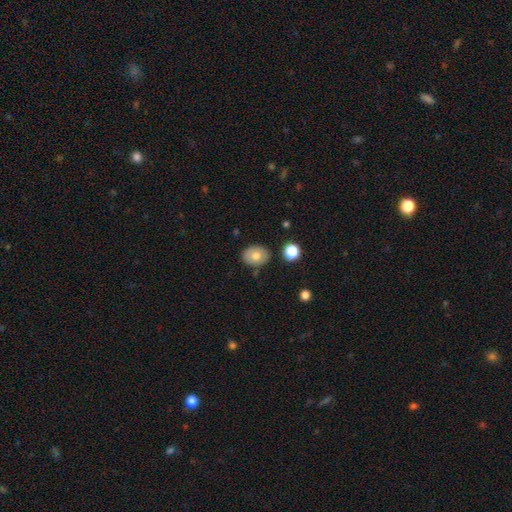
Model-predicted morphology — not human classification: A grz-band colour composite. It shows a smooth galaxy with no disk features (72%) that is in between round and cigar-shaped (64%). Merging: none (83%).